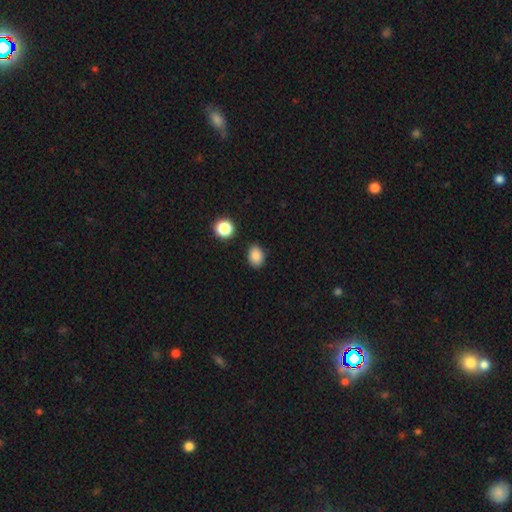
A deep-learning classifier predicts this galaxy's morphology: Smooth or featured? smooth (87%)
How rounded? in between (72%)
Merging? none (84%)